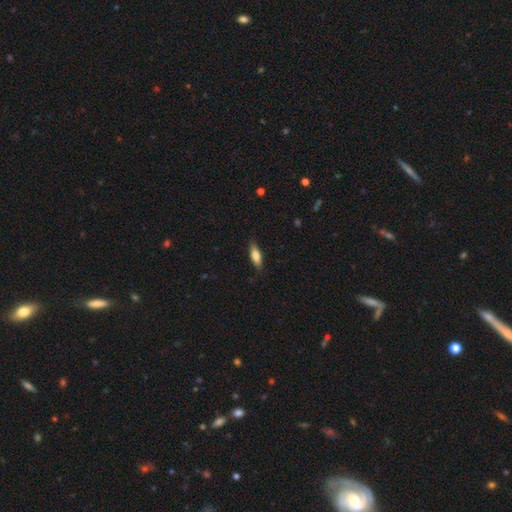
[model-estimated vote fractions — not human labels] The model was most divided on "how rounded": in between: 55%, cigar-shaped: 42%, round: 2%. More confident: merging — none (85%); smooth or featured — smooth (72%).